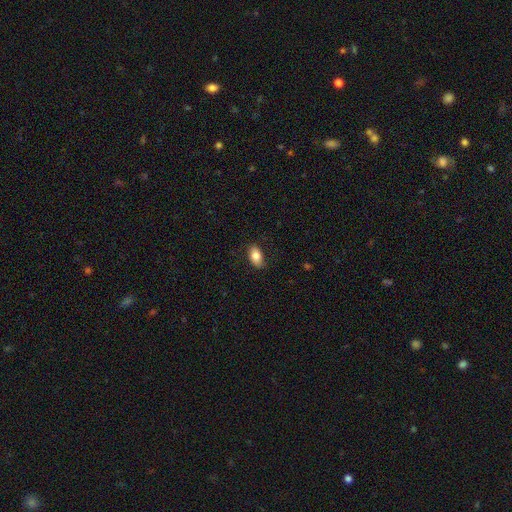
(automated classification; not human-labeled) Morphology: type=smooth (82%); roundness=in between (91%); merging=none (84%).